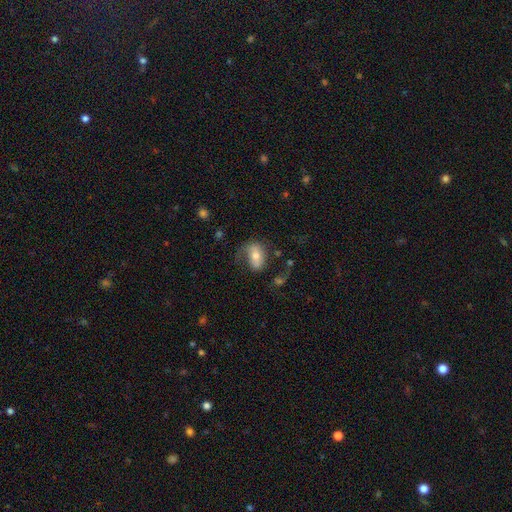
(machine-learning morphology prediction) type=smooth (49%); merging=none (45%).